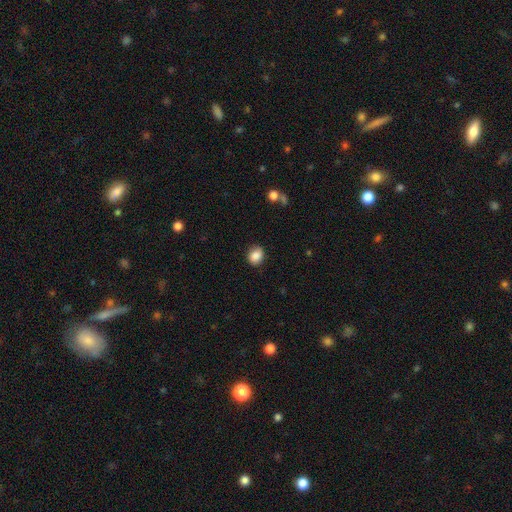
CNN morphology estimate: The model was most divided on "how rounded": round: 52%, in between: 47%, cigar-shaped: 1%. More confident: smooth or featured — smooth (87%); merging — none (83%).